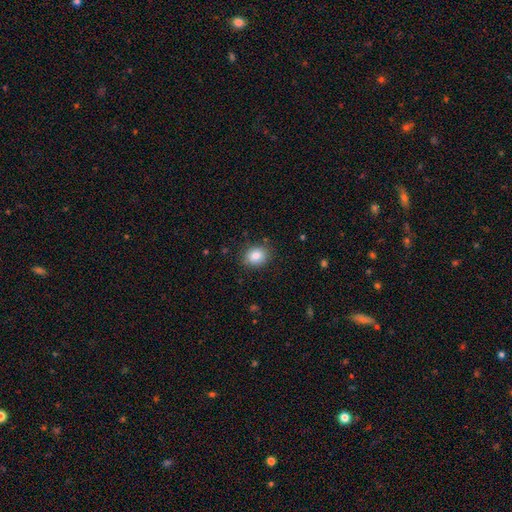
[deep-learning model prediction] This appears to be a smooth galaxy with no disk features (84%) that is round (58%). Merging: none (85%).